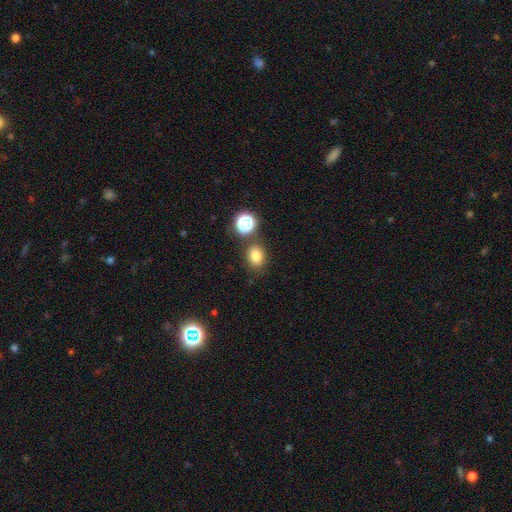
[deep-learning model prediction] This is likely a smooth galaxy (79%). How rounded: possibly in between (53%). Merging: likely none (76%).